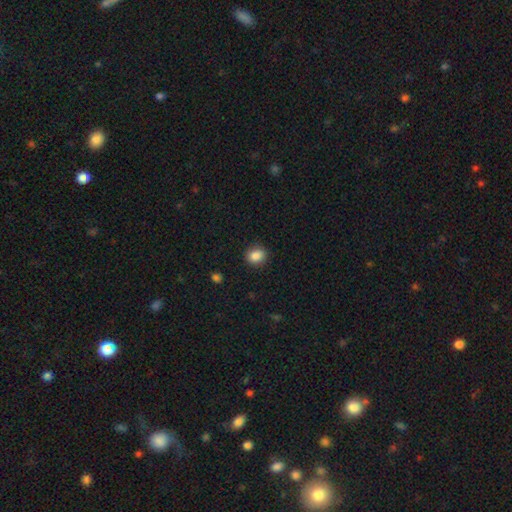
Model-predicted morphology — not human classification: Smooth or featured? Predicted: smooth (p=0.86). How rounded? Predicted: round (p=0.71). Merging? Predicted: none (p=0.88).